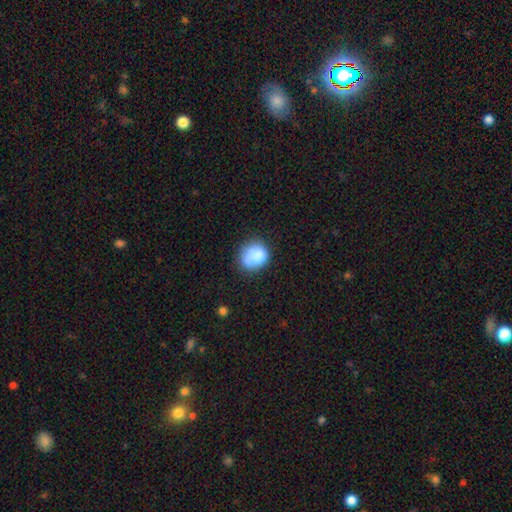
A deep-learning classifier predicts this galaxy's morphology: Smooth or featured?
  - smooth: 80% *
  - featured or disk: 12%
  - star or artifact: 9%
How rounded?
  - round: 71% *
  - in between: 28%
  - cigar-shaped: 1%
Merging?
  - none: 55% *
  - minor disturbance: 25%
  - major disturbance: 10%
  - merger: 10%